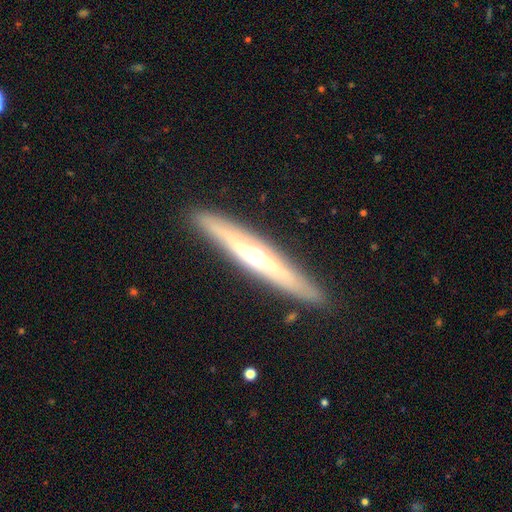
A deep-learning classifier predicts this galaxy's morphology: Smooth or featured? featured or disk (68%)
Edge-on disk? yes (91%)
Edge-on bulge? rounded (76%)
Merging? none (89%)